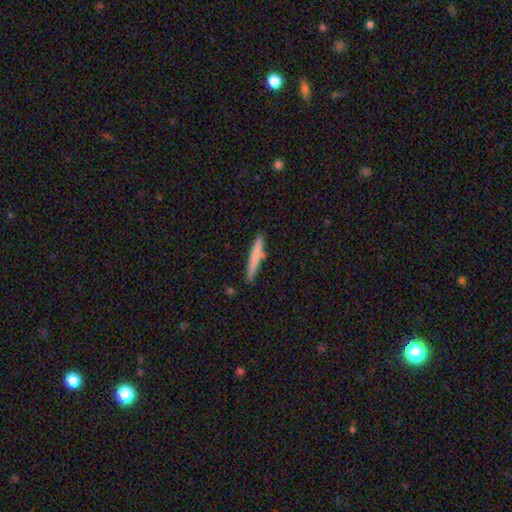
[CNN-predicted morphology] This appears to be a smooth galaxy with no disk features (72%) that is cigar-shaped (95%). Merging: none (84%).